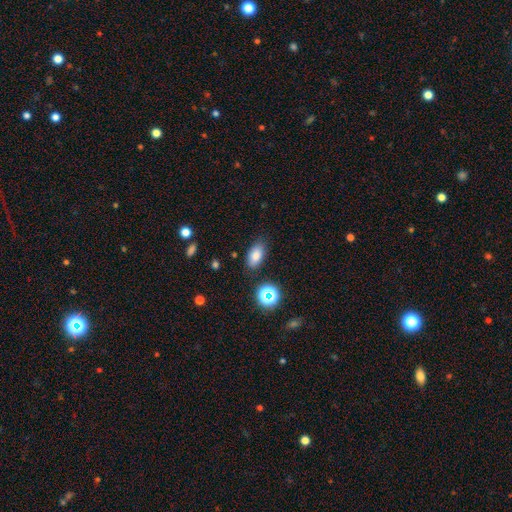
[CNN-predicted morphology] This is likely a smooth galaxy (79%). How rounded: clearly in between (89%). Merging: clearly none (83%).